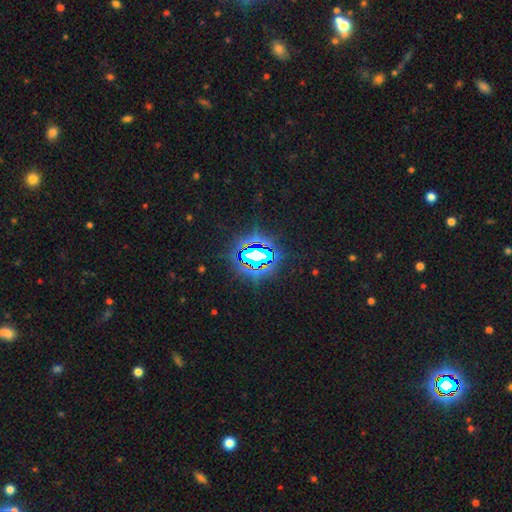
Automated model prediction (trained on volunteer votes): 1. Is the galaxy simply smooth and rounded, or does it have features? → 76% star or artifact, 13% smooth, 11% featured or disk.